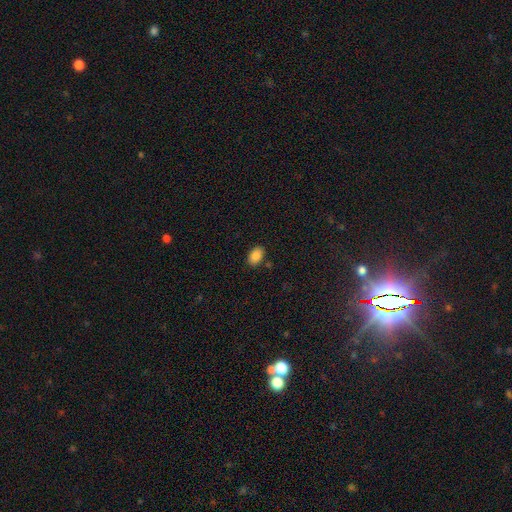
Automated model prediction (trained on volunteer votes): This is clearly a smooth galaxy (87%). How rounded: clearly in between (88%). Merging: clearly none (85%).